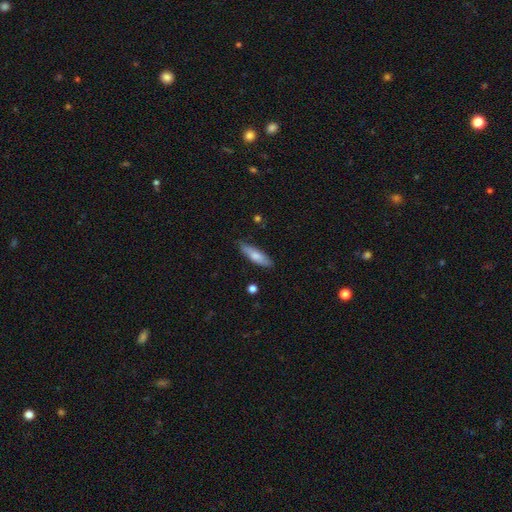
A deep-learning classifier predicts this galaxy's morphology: Smooth or featured: smooth — 71% (featured or disk — 23%)
How rounded: cigar-shaped — 59% (in between — 39%)
Merging: none — 81% (minor disturbance — 15%)